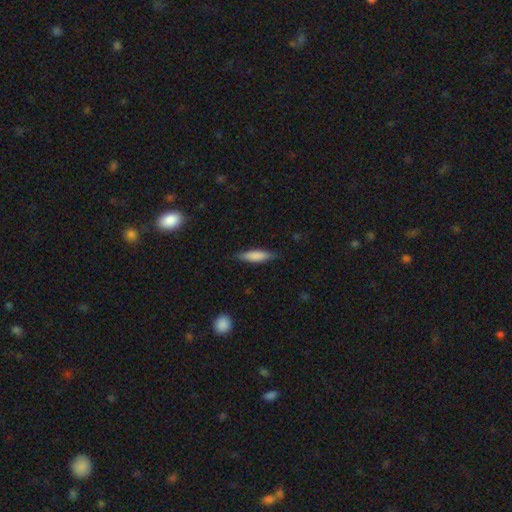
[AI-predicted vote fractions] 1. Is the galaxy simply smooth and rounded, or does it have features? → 77% smooth, 17% featured or disk, 6% star or artifact.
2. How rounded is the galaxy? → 68% cigar-shaped, 30% in between, 2% round.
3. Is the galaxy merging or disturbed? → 83% none, 13% minor disturbance, 2% major disturbance, 1% merger.